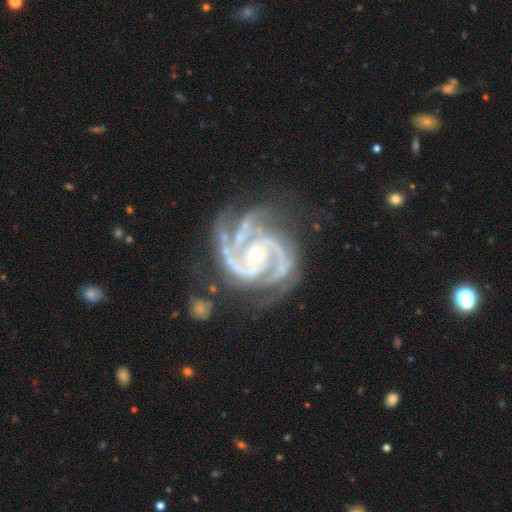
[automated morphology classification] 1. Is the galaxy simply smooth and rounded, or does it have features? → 93% featured or disk, 5% star or artifact, 2% smooth.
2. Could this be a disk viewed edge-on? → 98% no, 2% yes.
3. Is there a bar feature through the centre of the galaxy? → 59% no, 25% weak, 16% strong.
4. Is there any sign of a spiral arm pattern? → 99% yes, 1% no.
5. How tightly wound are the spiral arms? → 53% tight, 43% medium, 4% loose.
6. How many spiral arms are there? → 46% 3, 31% 2, 9% 4, 6% can't tell, 4% more than 4, 4% 1.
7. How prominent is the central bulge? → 50% small, 47% moderate, 2% large, 1% none, 1% dominant.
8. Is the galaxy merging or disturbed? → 64% none, 21% minor disturbance, 11% major disturbance, 3% merger.